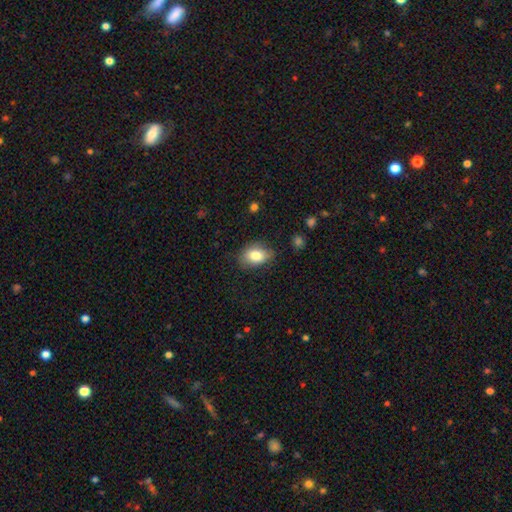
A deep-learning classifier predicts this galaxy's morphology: smooth-or-featured: smooth: 80% | featured or disk: 12% | star or artifact: 8%
  how-rounded: in between: 83% | round: 15% | cigar-shaped: 2%
  merging: none: 74% | minor disturbance: 20% | major disturbance: 5% | merger: 1%